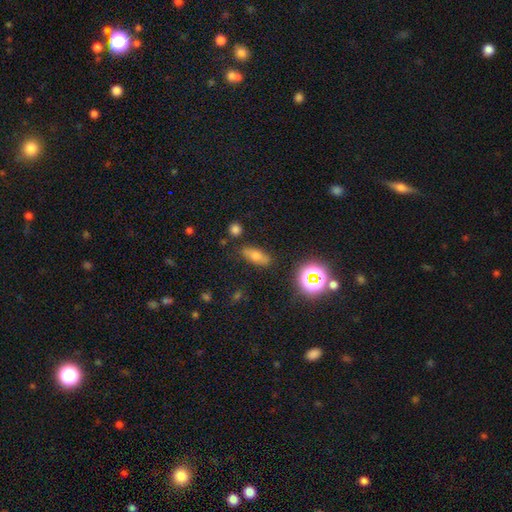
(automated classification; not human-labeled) smooth_or_featured: smooth (p=0.62) [alt: featured or disk p=0.19]
how_rounded: in between (p=0.68) [alt: cigar-shaped p=0.22]
merging: none (p=0.83) [alt: minor disturbance p=0.12]